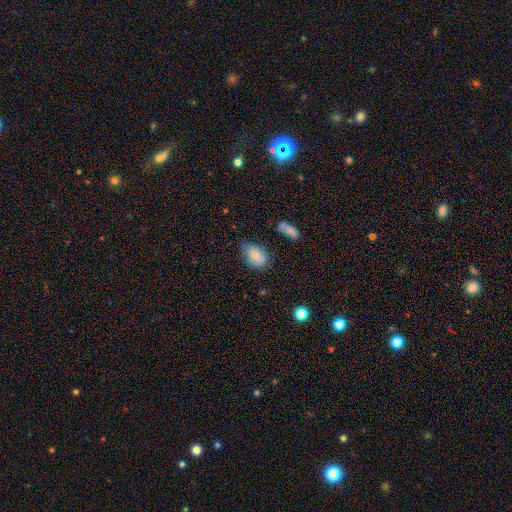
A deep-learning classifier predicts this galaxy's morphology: Smooth or featured? smooth (78%)
How rounded? in between (81%)
Merging? none (54%)